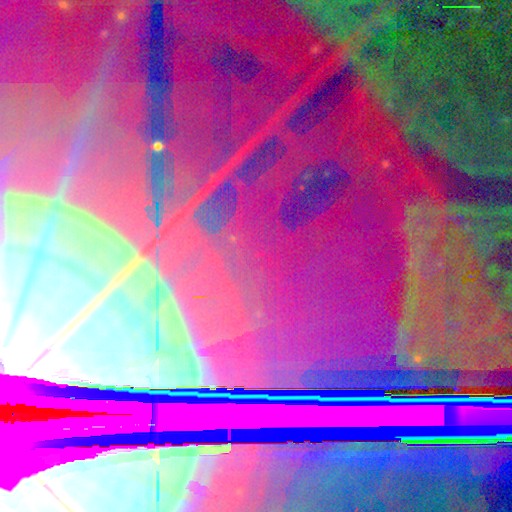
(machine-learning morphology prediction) smooth_or_featured: star or artifact (p=0.81) [alt: featured or disk p=0.12]